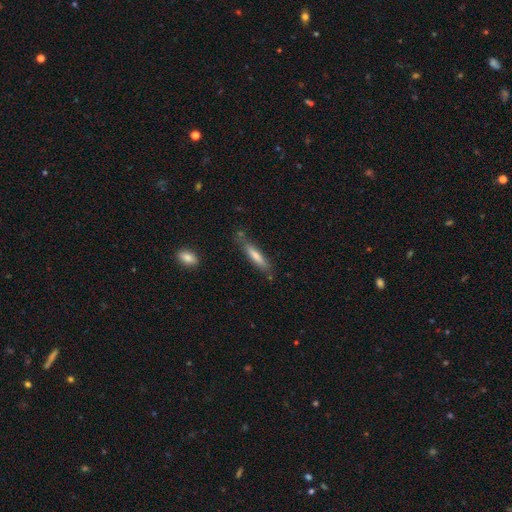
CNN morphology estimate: A smooth galaxy with no disk features (71%) that is cigar-shaped (84%). Merging: none (73%).